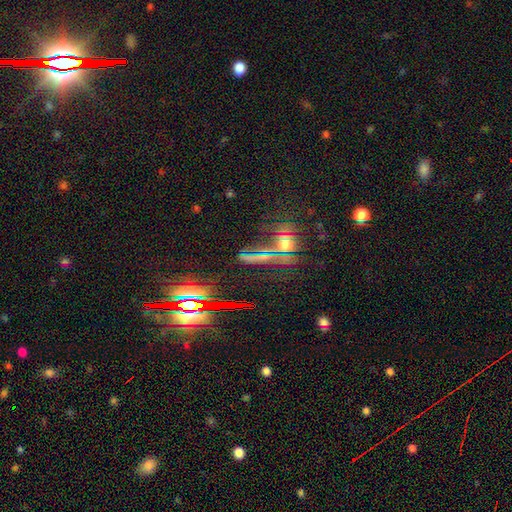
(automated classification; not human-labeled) Overall: star or artifact (59%; smooth 25%).